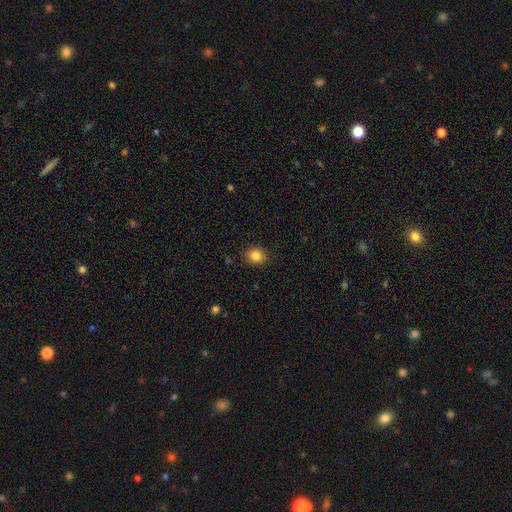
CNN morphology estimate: smooth 84%, star or artifact 11%, featured or disk 5%. Down the decision tree: how rounded — round (71%); merging — none (89%).